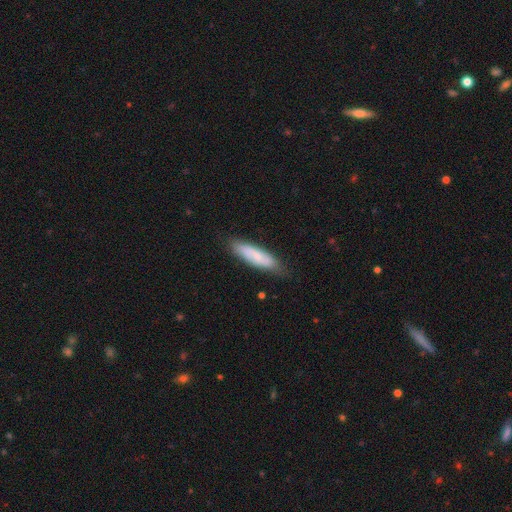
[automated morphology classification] This appears to be a smooth galaxy with no disk features (66%) that is cigar-shaped (65%). Merging: none (77%).